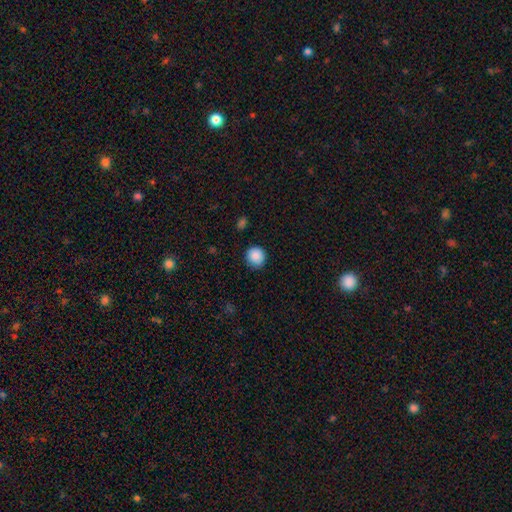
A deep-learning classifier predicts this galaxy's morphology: smooth-or-featured: smooth: 87% | star or artifact: 9% | featured or disk: 4%
  how-rounded: round: 90% | in between: 9% | cigar-shaped: 1%
  merging: none: 83% | minor disturbance: 13% | major disturbance: 2% | merger: 1%